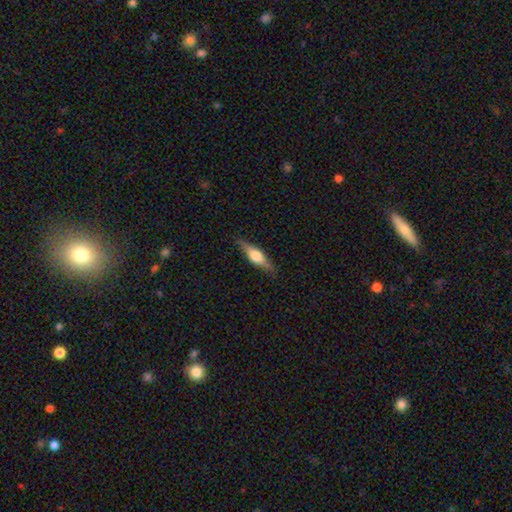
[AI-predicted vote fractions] The model was most divided on "smooth or featured": featured or disk: 57%, smooth: 37%, star or artifact: 6%. More confident: edge-on disk — yes (96%); edge-on bulge — rounded (89%); merging — none (87%).